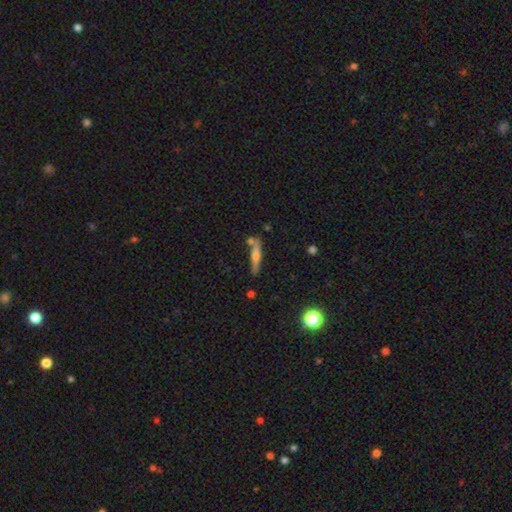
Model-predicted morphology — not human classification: Smooth or featured? Predicted: smooth (p=0.47). Merging? Predicted: none (p=0.71).